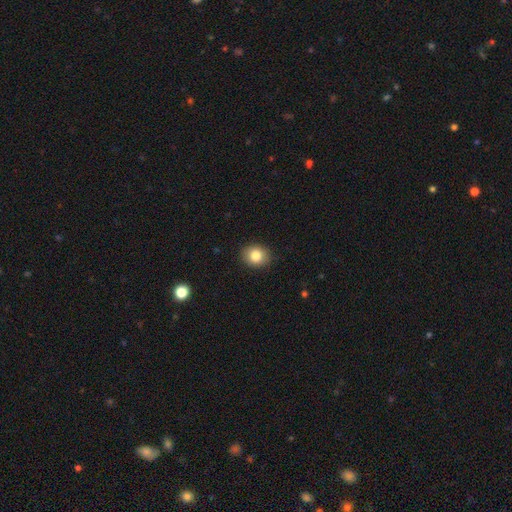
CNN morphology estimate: A smooth galaxy with no disk features (83%) that is round (67%).

Vote fractions:
- Smooth or featured? smooth: 83% / star or artifact: 10% / featured or disk: 7%
- How rounded? round: 67% / in between: 32% / cigar-shaped: 1%
- Merging? none: 90% / minor disturbance: 7% / major disturbance: 2% / merger: 1%